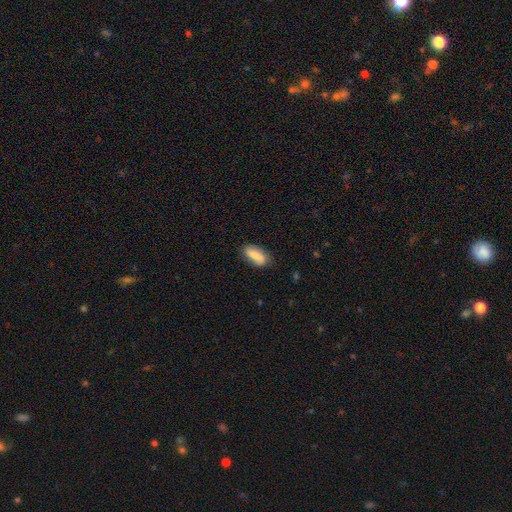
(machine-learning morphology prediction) Smooth or featured? Predicted: smooth (p=0.82). How rounded? Predicted: in between (p=0.85). Merging? Predicted: none (p=0.74).